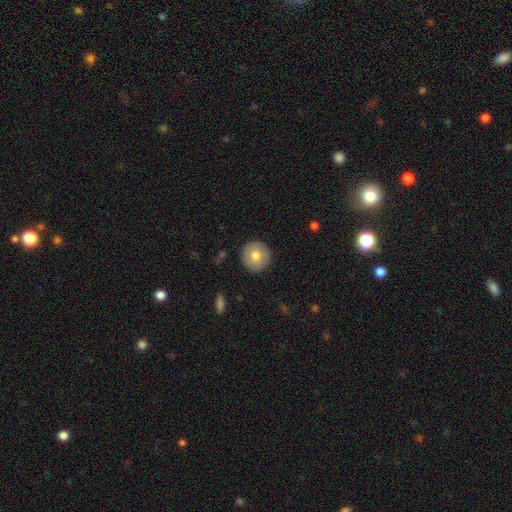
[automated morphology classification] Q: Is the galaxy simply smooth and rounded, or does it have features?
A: smooth — 75%.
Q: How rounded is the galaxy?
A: round — 95%.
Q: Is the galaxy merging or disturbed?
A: none — 91%.